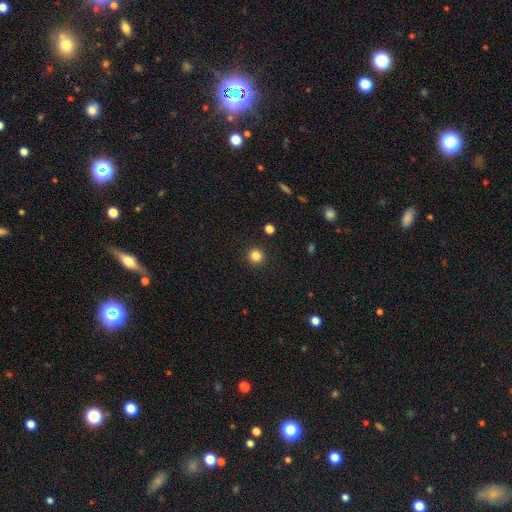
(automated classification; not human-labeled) Smooth or featured? Predicted: smooth (p=0.84). How rounded? Predicted: round (p=0.95). Merging? Predicted: none (p=0.92).